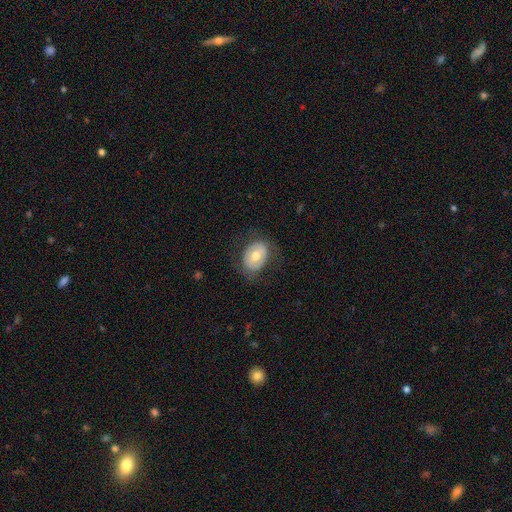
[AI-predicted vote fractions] This appears to be a smooth galaxy with no disk features (60%) that is in between round and cigar-shaped (62%). Merging: none (74%).